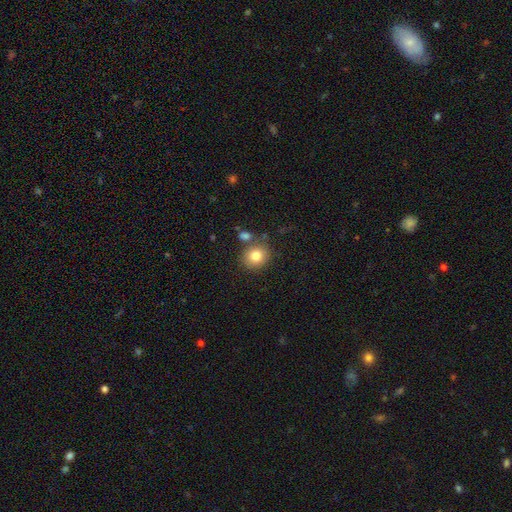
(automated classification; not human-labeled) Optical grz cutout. It shows a smooth galaxy with no disk features (81%) that is round (79%). Merging: none (73%).